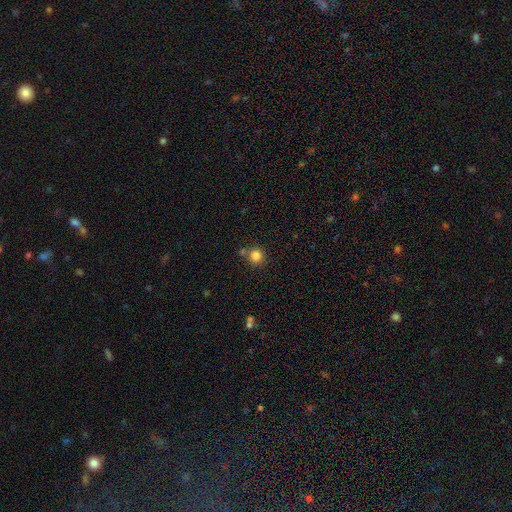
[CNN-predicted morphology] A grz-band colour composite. It shows a smooth galaxy with no disk features (83%) that is round (92%). Merging: none (75%).